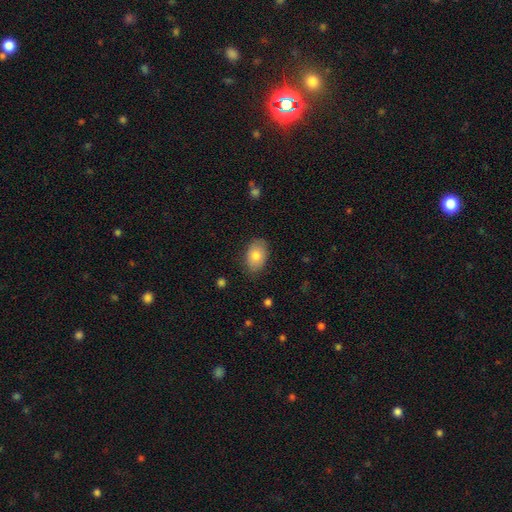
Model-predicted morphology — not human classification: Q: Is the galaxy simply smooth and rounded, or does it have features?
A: smooth — 80%.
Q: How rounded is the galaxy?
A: in between — 87%.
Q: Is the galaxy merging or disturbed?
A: none — 82%.